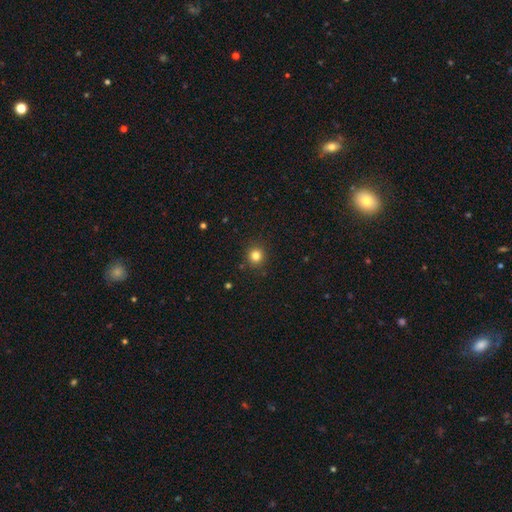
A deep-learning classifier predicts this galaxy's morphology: Q: Smooth or featured?
A: smooth (82%); runner-up: star or artifact (13%)
Q: How rounded?
A: round (92%); runner-up: in between (7%)
Q: Merging?
A: none (91%); runner-up: minor disturbance (6%)